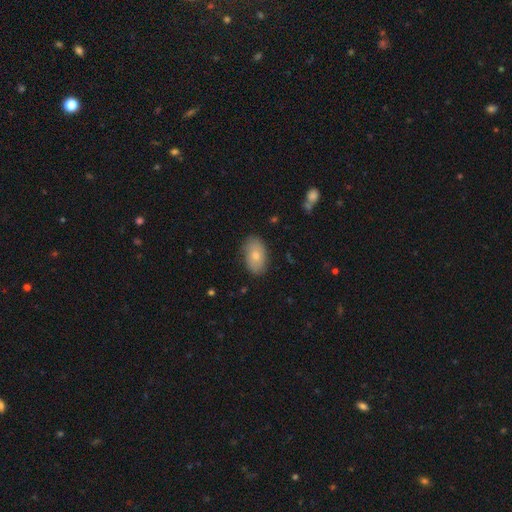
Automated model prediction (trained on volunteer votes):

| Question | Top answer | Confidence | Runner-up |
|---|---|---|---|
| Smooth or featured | smooth | 74% | featured or disk (20%) |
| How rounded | in between | 93% | round (6%) |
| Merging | none | 83% | minor disturbance (13%) |